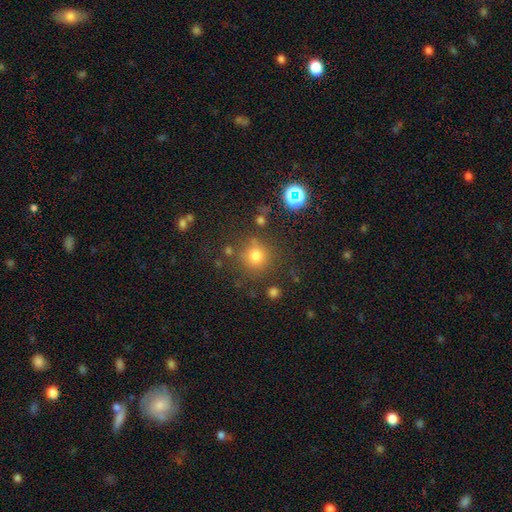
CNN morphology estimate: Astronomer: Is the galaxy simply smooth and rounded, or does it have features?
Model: smooth — 74%.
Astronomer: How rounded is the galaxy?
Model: round — 92%.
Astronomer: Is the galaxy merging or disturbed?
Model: none — 79%.